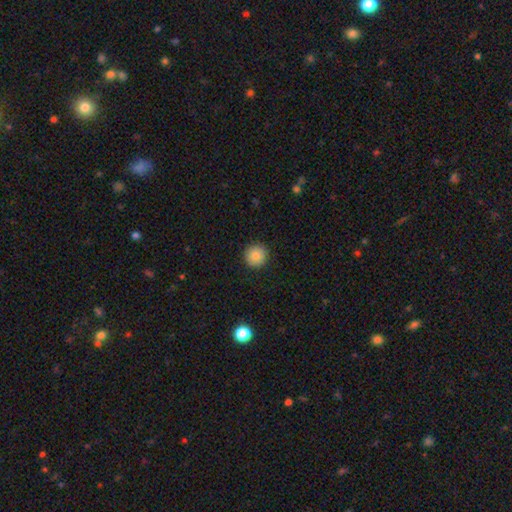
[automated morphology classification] A smooth galaxy with no disk features (85%) that is round (95%).

Vote fractions:
- Smooth or featured? smooth: 85% / star or artifact: 9% / featured or disk: 6%
- How rounded? round: 95% / in between: 5% / cigar-shaped: 1%
- Merging? none: 92% / minor disturbance: 5% / major disturbance: 2% / merger: 1%